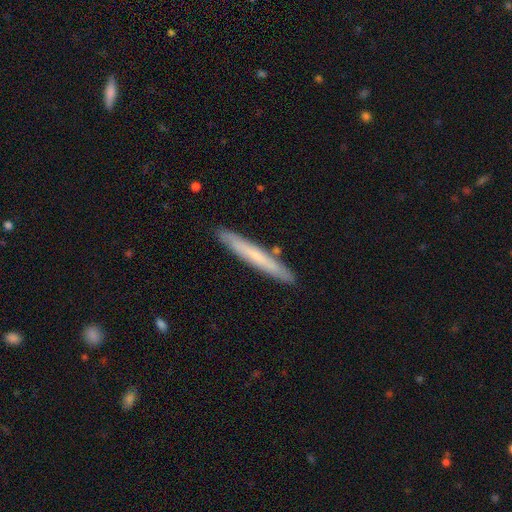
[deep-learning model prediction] Overall: smooth (58%; featured or disk 36%). How rounded: cigar-shaped (96%). Merging: none (88%).